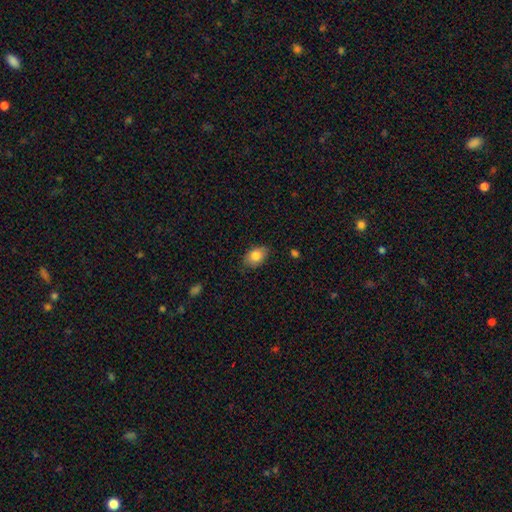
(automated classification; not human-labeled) Smooth or featured? Predicted: smooth (p=0.83). How rounded? Predicted: in between (p=0.84). Merging? Predicted: none (p=0.80).